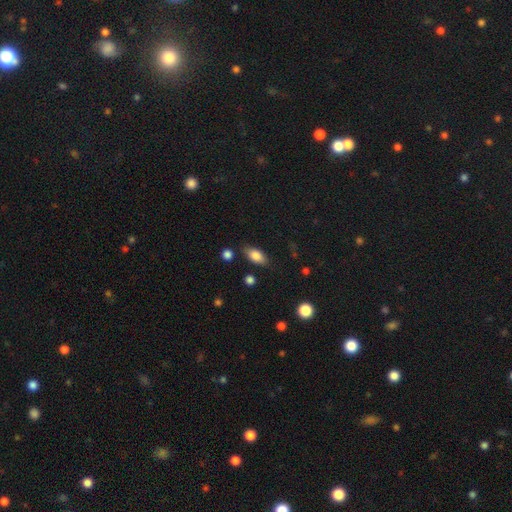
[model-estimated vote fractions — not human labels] A smooth galaxy with no disk features (82%) that is in between round and cigar-shaped (87%).

Vote fractions:
- Smooth or featured? smooth: 82% / featured or disk: 10% / star or artifact: 8%
- How rounded? in between: 87% / cigar-shaped: 8% / round: 5%
- Merging? none: 80% / minor disturbance: 13% / major disturbance: 3% / merger: 3%